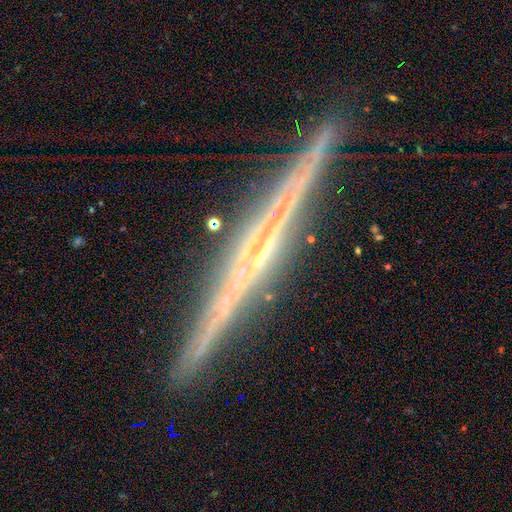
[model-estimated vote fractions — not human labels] featured or disk 84%, smooth 10%, star or artifact 6%. Down the decision tree: edge-on disk — yes (98%); edge-on bulge — rounded (42%); merging — none (92%).